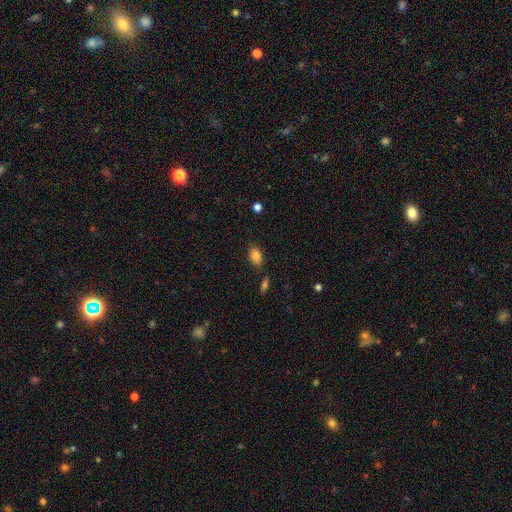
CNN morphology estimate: Q: Smooth or featured?
A: smooth (85%); runner-up: star or artifact (8%)
Q: How rounded?
A: in between (90%); runner-up: round (7%)
Q: Merging?
A: none (78%); runner-up: minor disturbance (14%)